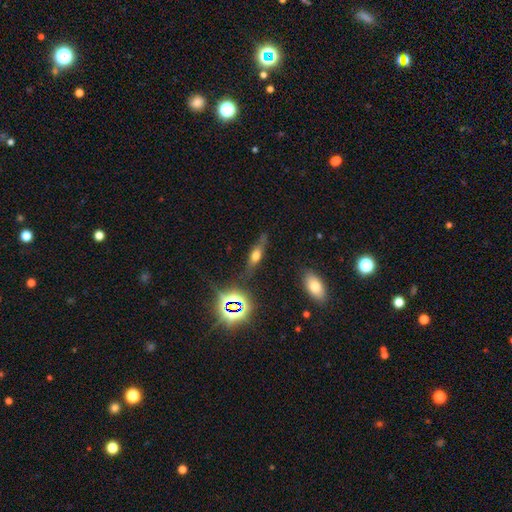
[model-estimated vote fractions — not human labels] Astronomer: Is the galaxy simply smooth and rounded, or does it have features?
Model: smooth — 46% (runner-up: featured or disk, 34%).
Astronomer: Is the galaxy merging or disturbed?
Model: none — 69%.